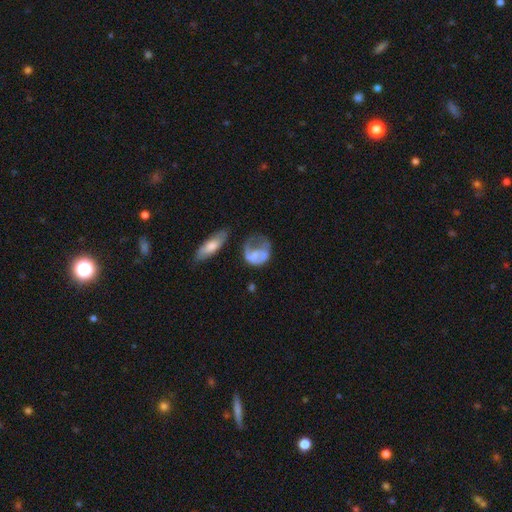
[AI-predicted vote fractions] Smooth or featured? Predicted: smooth (p=0.50). Merging? Predicted: major disturbance (p=0.45).